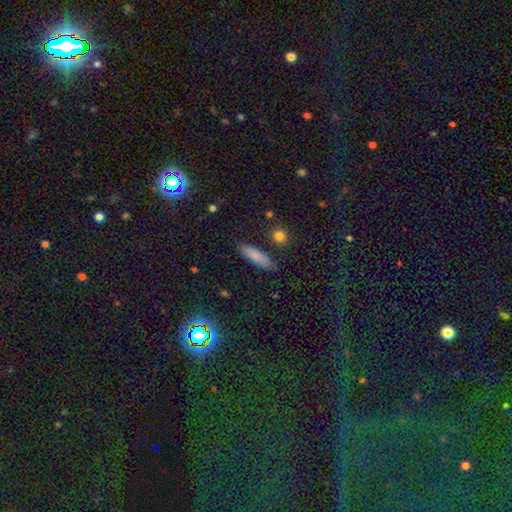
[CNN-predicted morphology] A smooth galaxy with no disk features (78%) that is cigar-shaped (58%).

Vote fractions:
- Smooth or featured? smooth: 78% / featured or disk: 13% / star or artifact: 9%
- How rounded? cigar-shaped: 58% / in between: 40% / round: 3%
- Merging? none: 84% / minor disturbance: 11% / major disturbance: 2% / merger: 2%